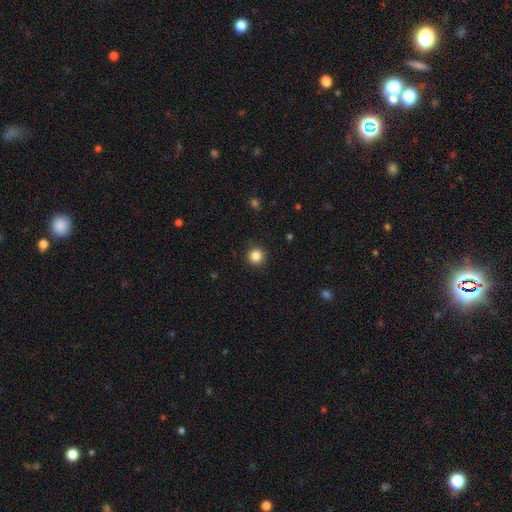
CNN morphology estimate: A smooth galaxy with no disk features (85%) that is round (94%). Merging: none (91%).